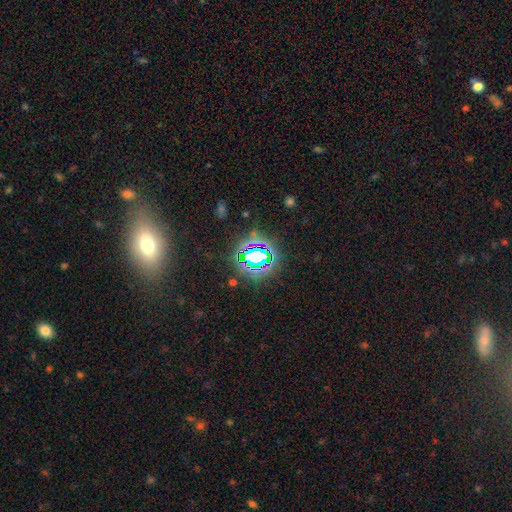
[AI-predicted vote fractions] A star or artifact, not a galaxy (70%).